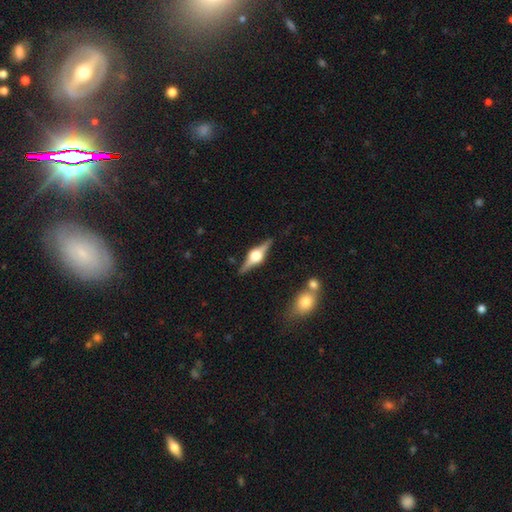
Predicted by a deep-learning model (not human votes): Smooth or featured? featured or disk (85%)
Edge-on disk? yes (98%)
Edge-on bulge? rounded (94%)
Merging? none (89%)